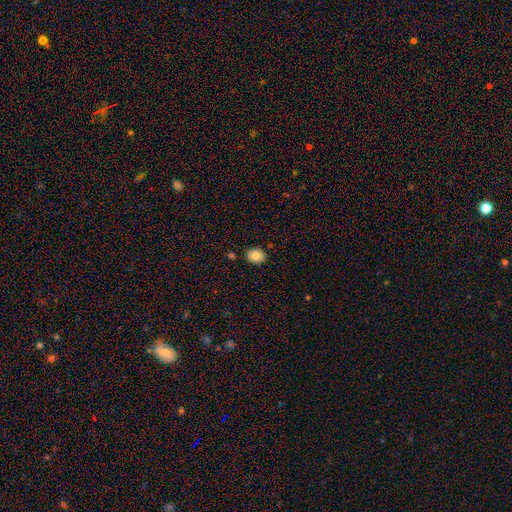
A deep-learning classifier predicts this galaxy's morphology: A smooth galaxy with no disk features (83%) that is round (51%). Merging: none (86%).